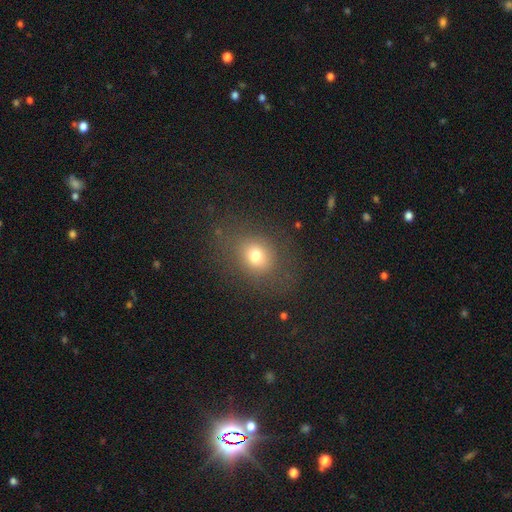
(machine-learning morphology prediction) smooth_or_featured: smooth (p=0.72) [alt: star or artifact p=0.16]
how_rounded: round (p=0.61) [alt: in between p=0.38]
merging: none (p=0.76) [alt: minor disturbance p=0.14]